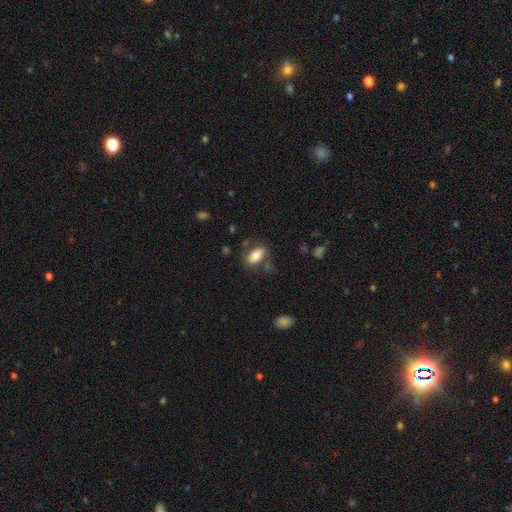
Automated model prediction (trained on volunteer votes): Smooth or featured? smooth (74%)
How rounded? in between (90%)
Merging? none (66%)